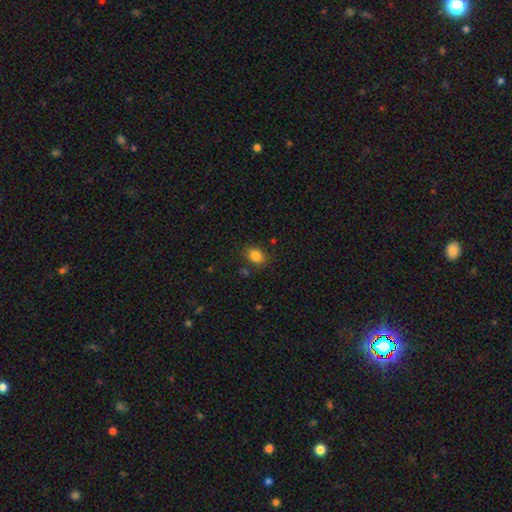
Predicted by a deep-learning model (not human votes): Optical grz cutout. It shows a smooth galaxy with no disk features (84%) that is in between round and cigar-shaped (64%). Merging: none (80%).